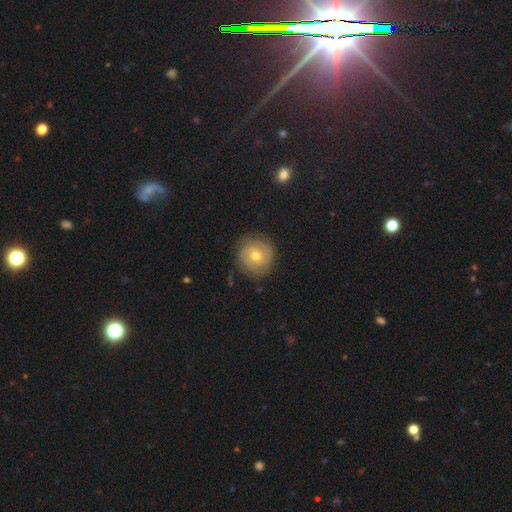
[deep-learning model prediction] A featured or disk galaxy (51%).

Vote fractions:
- Smooth or featured? featured or disk: 51% / smooth: 41% / star or artifact: 8%
- Edge-on disk? no: 97% / yes: 3%
- Merging? none: 80% / minor disturbance: 15% / major disturbance: 5% / merger: 1%